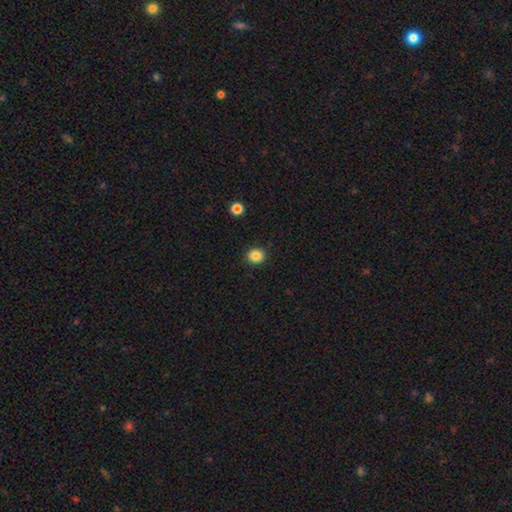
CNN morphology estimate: Overall: smooth (86%). How rounded: round (79%). Merging: none (90%).